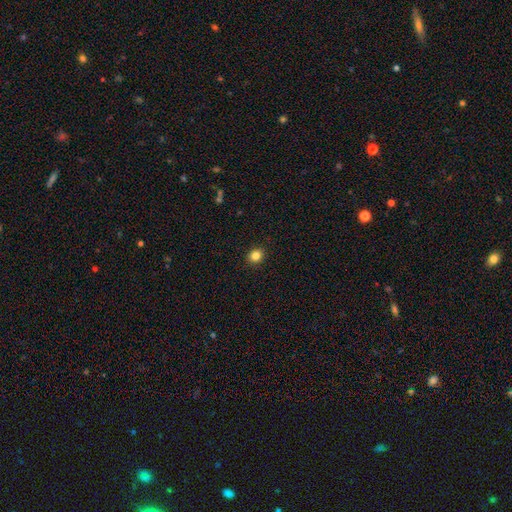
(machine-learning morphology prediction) Q: Smooth or featured?
A: smooth (84%); runner-up: star or artifact (11%)
Q: How rounded?
A: round (71%); runner-up: in between (28%)
Q: Merging?
A: none (92%); runner-up: minor disturbance (6%)